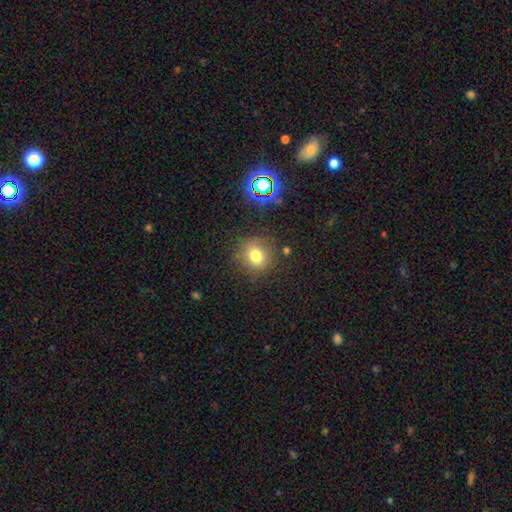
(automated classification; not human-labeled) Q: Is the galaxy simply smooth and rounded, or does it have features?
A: smooth — 74%.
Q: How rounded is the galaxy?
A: round — 83%.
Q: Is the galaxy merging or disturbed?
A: none — 82%.